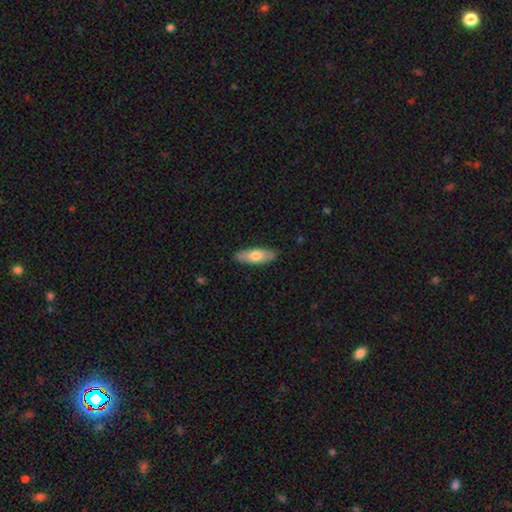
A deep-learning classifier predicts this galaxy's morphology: type=smooth (66%); roundness=in between (70%); merging=none (86%).